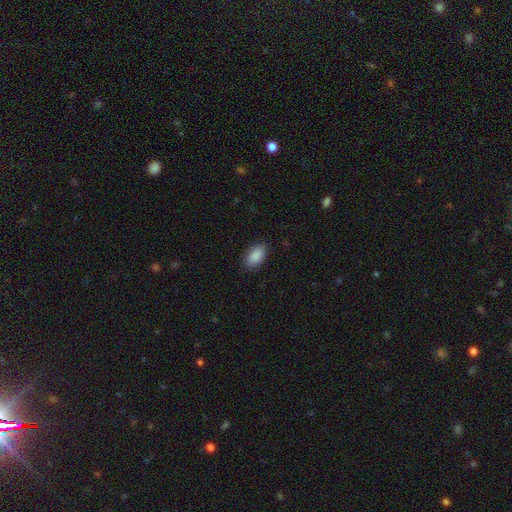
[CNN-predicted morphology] Overall: smooth (90%). How rounded: in between (93%). Merging: none (85%).